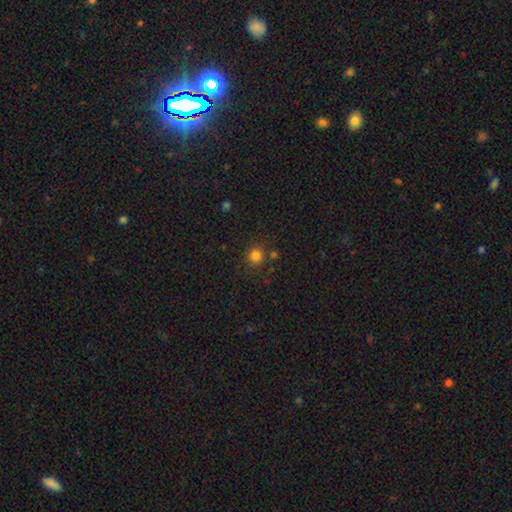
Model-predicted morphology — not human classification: smooth_or_featured: smooth (p=0.81) [alt: star or artifact p=0.15]
how_rounded: round (p=0.91) [alt: in between p=0.08]
merging: none (p=0.81) [alt: minor disturbance p=0.08]